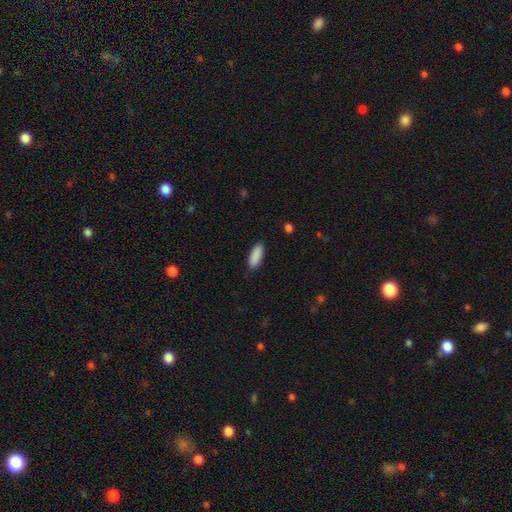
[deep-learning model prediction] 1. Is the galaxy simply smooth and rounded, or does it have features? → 90% smooth, 6% star or artifact, 4% featured or disk.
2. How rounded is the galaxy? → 69% in between, 29% cigar-shaped, 2% round.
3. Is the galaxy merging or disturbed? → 89% none, 8% minor disturbance, 2% major disturbance, 1% merger.